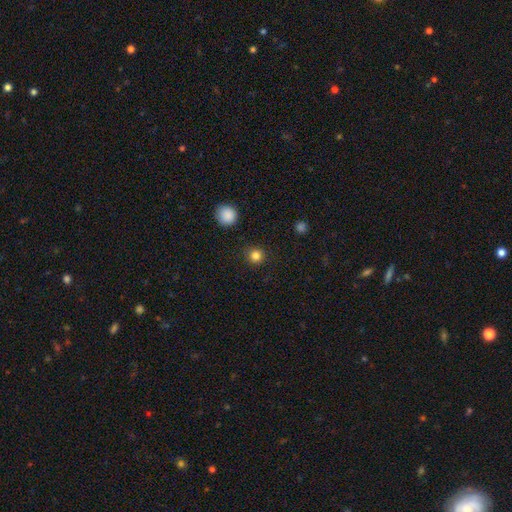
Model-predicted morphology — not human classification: Smooth or featured? smooth (83%)
How rounded? round (94%)
Merging? none (91%)